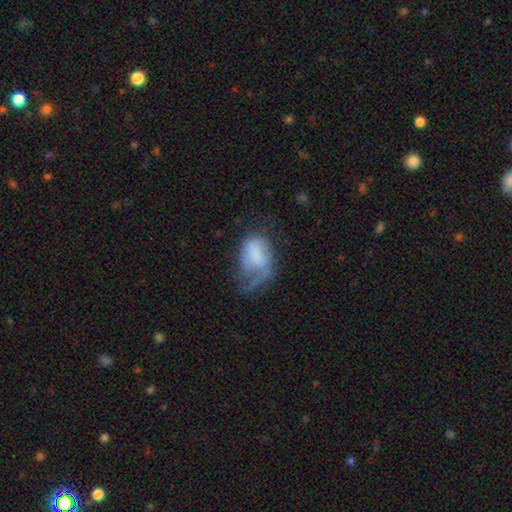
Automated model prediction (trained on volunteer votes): Smooth or featured? Predicted: smooth (p=0.54). How rounded? Predicted: in between (p=0.83). Merging? Predicted: major disturbance (p=0.48).